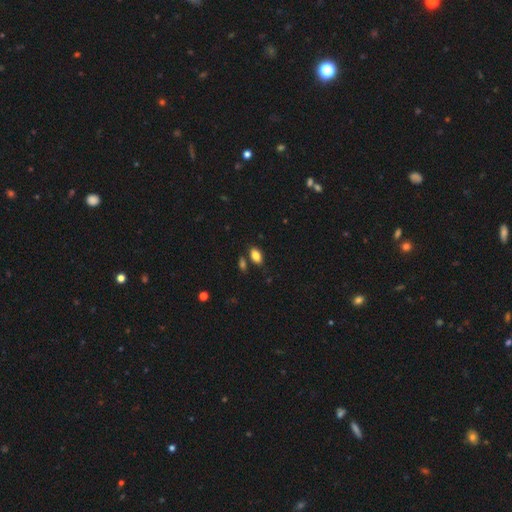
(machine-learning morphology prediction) smooth 84%, star or artifact 9%, featured or disk 7%. Down the decision tree: how rounded — in between (91%); merging — none (78%).